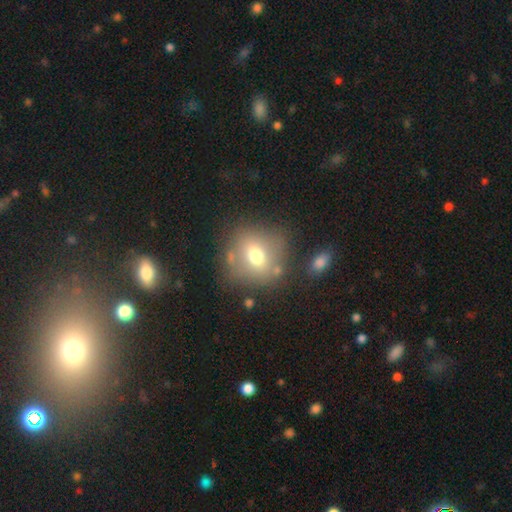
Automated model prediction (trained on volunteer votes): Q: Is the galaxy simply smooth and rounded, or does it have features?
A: smooth — 65%.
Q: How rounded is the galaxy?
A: round — 81%.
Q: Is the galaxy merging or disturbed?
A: none — 74%.